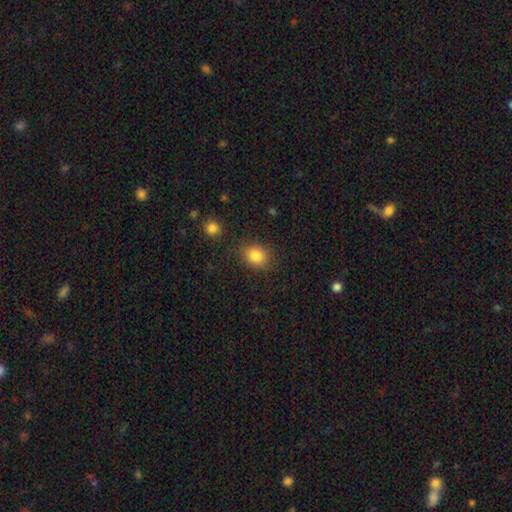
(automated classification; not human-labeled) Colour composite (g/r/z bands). It shows a smooth galaxy with no disk features (84%) that is round (51%). Merging: none (80%).